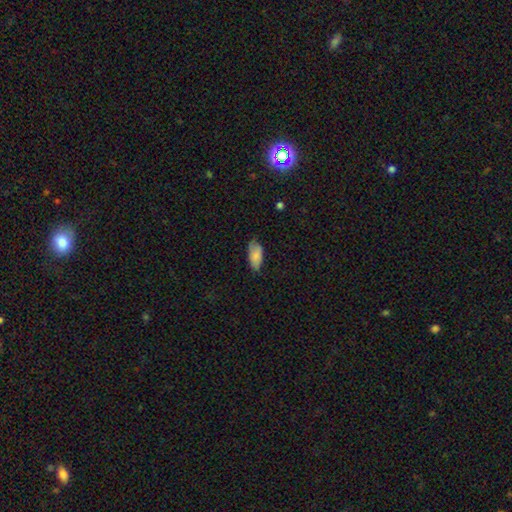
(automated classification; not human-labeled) smooth 83%, featured or disk 10%, star or artifact 7%. Down the decision tree: how rounded — in between (91%); merging — none (67%).